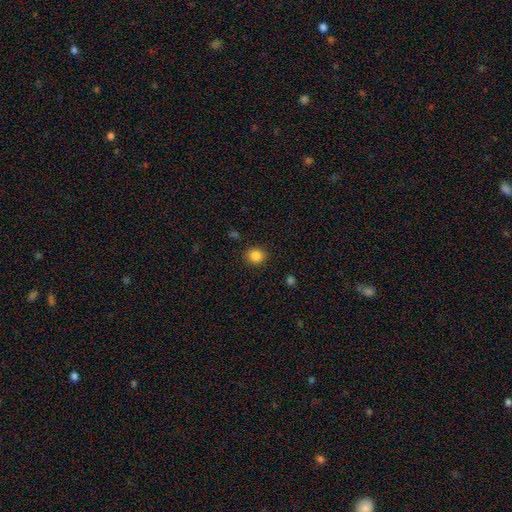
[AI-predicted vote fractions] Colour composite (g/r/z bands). It shows a smooth galaxy with no disk features (85%) that is round (88%). Merging: none (90%).